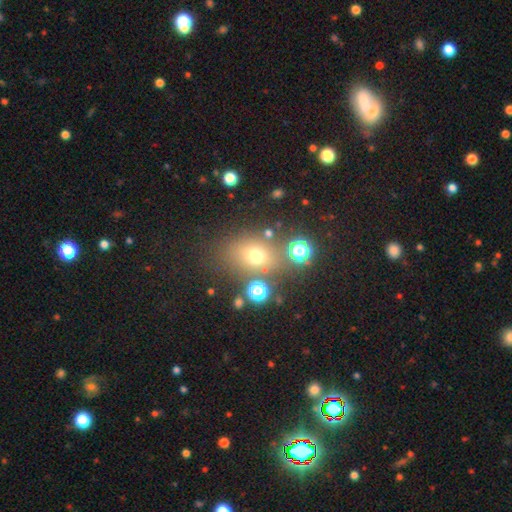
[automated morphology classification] This appears to be a smooth galaxy with no disk features (64%) that is round (50%). Merging: none (73%).